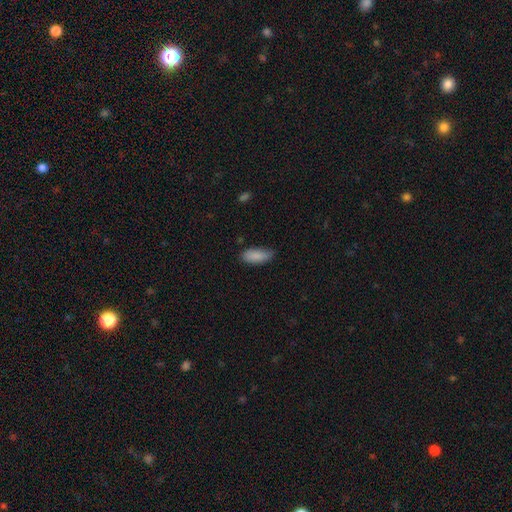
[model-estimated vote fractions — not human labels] smooth-or-featured: smooth: 88% | star or artifact: 7% | featured or disk: 5%
  how-rounded: in between: 82% | cigar-shaped: 16% | round: 2%
  merging: none: 69% | minor disturbance: 26% | major disturbance: 4% | merger: 2%